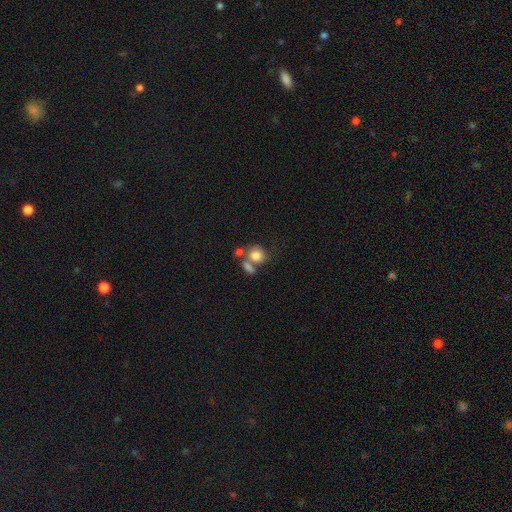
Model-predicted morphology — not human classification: Smooth or featured?
  - smooth: 77% *
  - featured or disk: 14%
  - star or artifact: 9%
How rounded?
  - round: 66% *
  - in between: 33%
  - cigar-shaped: 1%
Merging?
  - merger: 41% *
  - none: 36%
  - minor disturbance: 14%
  - major disturbance: 9%